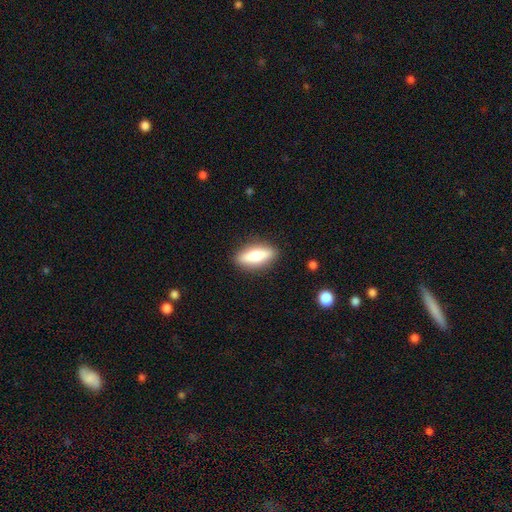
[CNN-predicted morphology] Smooth or featured: smooth — 68% (featured or disk — 26%)
How rounded: in between — 56% (cigar-shaped — 41%)
Merging: none — 88% (minor disturbance — 9%)